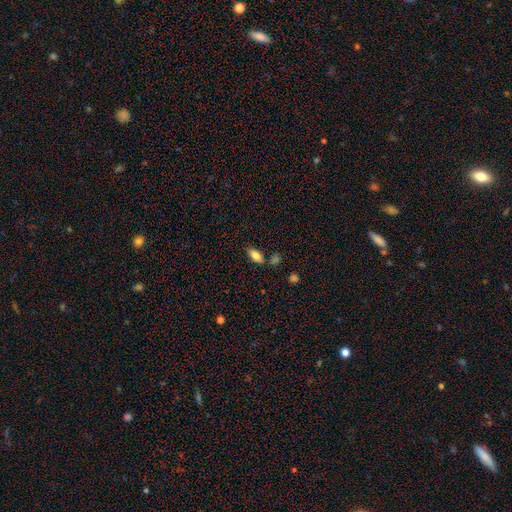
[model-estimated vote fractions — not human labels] Morphology: type=smooth (78%); roundness=in between (86%); merging=none (74%).